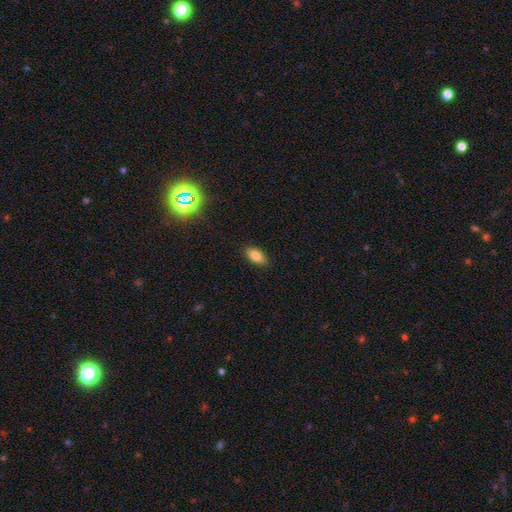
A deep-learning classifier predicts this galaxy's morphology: smooth-or-featured: smooth: 83% | featured or disk: 9% | star or artifact: 8%
  how-rounded: in between: 91% | cigar-shaped: 6% | round: 3%
  merging: none: 89% | minor disturbance: 8% | major disturbance: 2% | merger: 1%